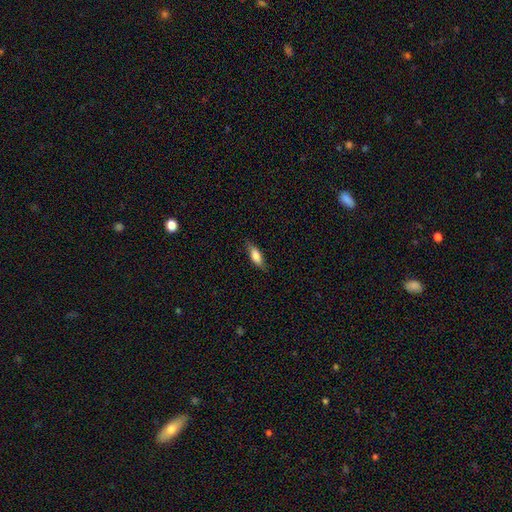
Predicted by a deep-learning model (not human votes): smooth-or-featured: smooth: 78% | featured or disk: 16% | star or artifact: 6%
  how-rounded: in between: 65% | cigar-shaped: 32% | round: 2%
  merging: none: 79% | minor disturbance: 17% | major disturbance: 3% | merger: 1%